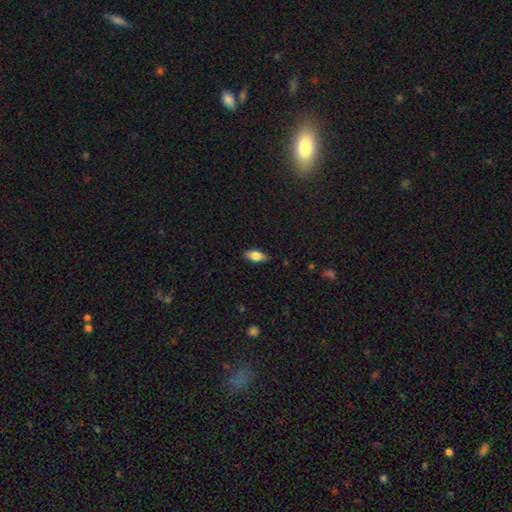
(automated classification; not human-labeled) The model was most divided on "smooth or featured": smooth: 77%, featured or disk: 16%, star or artifact: 7%. More confident: merging — none (86%); how rounded — in between (85%).